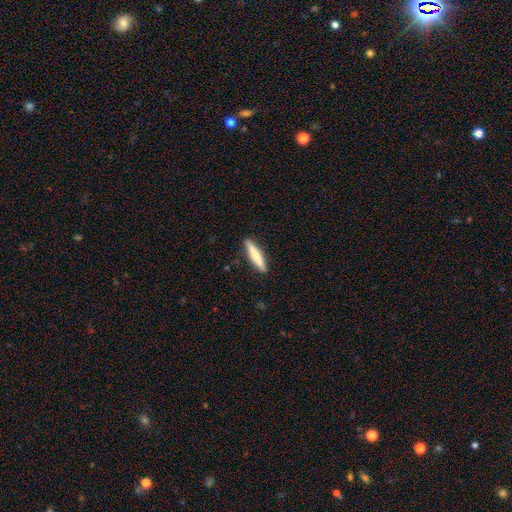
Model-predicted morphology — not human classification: A smooth galaxy with no disk features (73%) that is cigar-shaped (87%).

Vote fractions:
- Smooth or featured? smooth: 73% / featured or disk: 22% / star or artifact: 5%
- How rounded? cigar-shaped: 87% / in between: 11% / round: 1%
- Merging? none: 90% / minor disturbance: 8% / major disturbance: 2% / merger: 1%